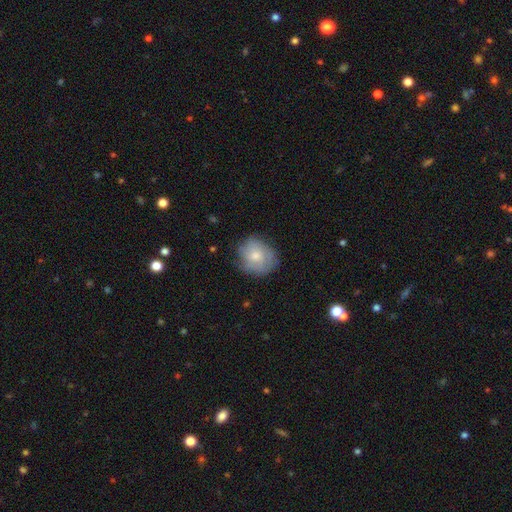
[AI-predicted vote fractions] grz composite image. It shows a smooth galaxy with no disk features (60%) that is round (69%). Merging: none (67%).